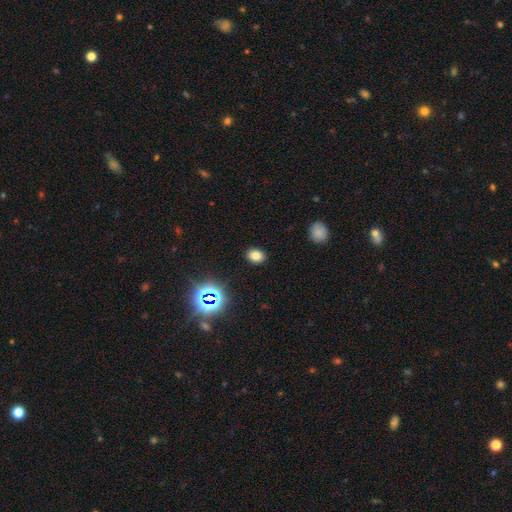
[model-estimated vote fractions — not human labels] Overall: smooth (75%). How rounded: in between (65%; round 34%). Merging: none (89%).